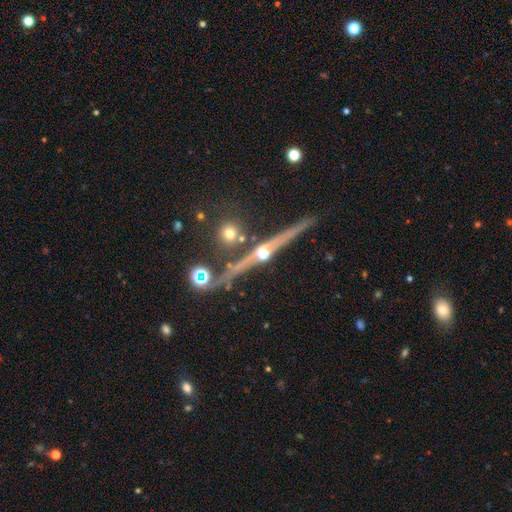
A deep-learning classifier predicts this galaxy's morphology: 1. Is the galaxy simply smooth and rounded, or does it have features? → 76% featured or disk, 12% star or artifact, 12% smooth.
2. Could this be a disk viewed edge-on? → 94% yes, 6% no.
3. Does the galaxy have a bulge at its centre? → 93% rounded, 4% none, 3% boxy.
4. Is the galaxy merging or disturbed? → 82% none, 9% minor disturbance, 5% merger, 3% major disturbance.